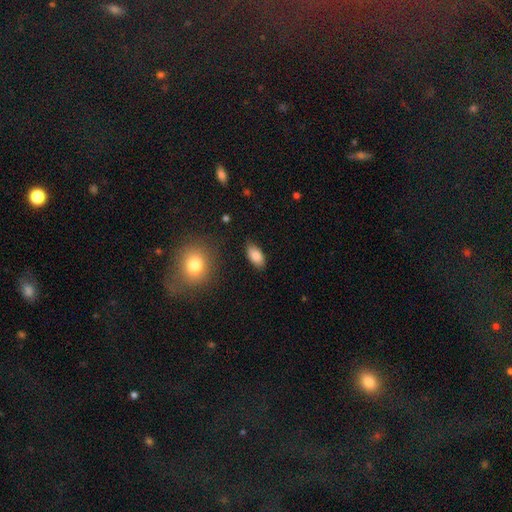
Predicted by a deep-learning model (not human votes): The model was most divided on "merging": none: 84%, minor disturbance: 12%, major disturbance: 3%, merger: 2%. More confident: how rounded — in between (93%); smooth or featured — smooth (86%).